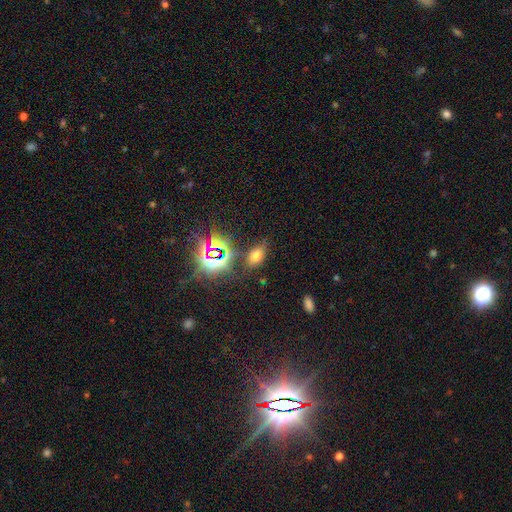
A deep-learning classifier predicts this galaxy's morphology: This is possibly a smooth galaxy (58%). How rounded: clearly in between (85%). Merging: likely none (76%).